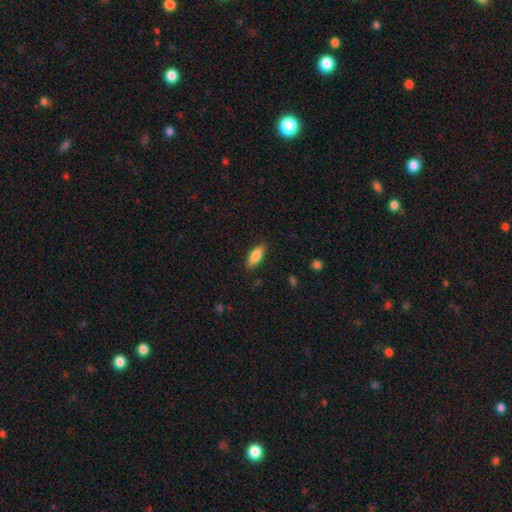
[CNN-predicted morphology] smooth 77%, featured or disk 17%, star or artifact 6%. Down the decision tree: how rounded — in between (66%); merging — none (86%).